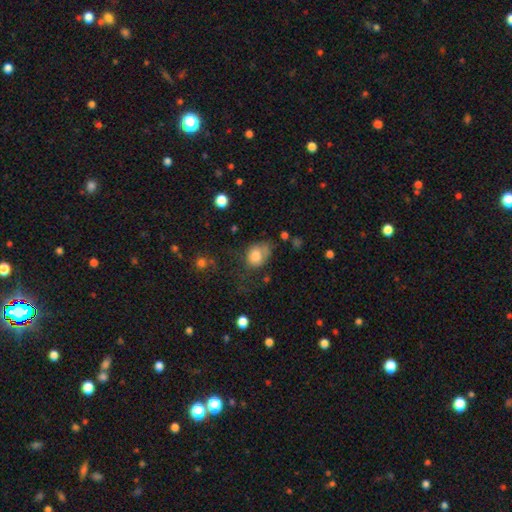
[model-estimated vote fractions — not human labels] Overall: smooth (78%). How rounded: in between (52%; round 47%). Merging: none (35%; major disturbance 29%).